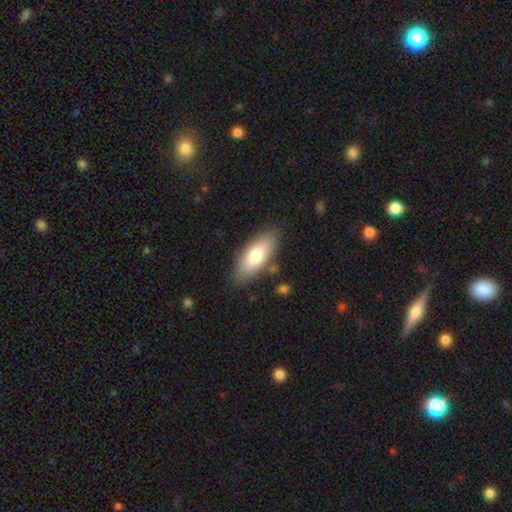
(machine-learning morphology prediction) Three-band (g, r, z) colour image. It shows a smooth galaxy with no disk features (74%) that is in between round and cigar-shaped (76%). Merging: none (84%).